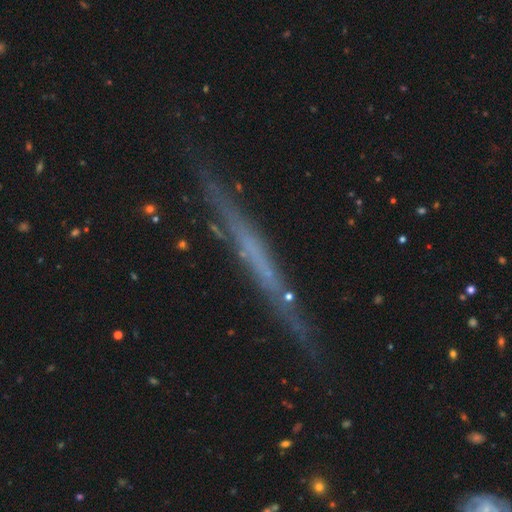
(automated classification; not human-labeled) Smooth or featured?
  - featured or disk: 64% *
  - smooth: 24%
  - star or artifact: 12%
Edge-on disk?
  - yes: 91% *
  - no: 9%
Edge-on bulge?
  - none: 84% *
  - rounded: 8%
  - boxy: 8%
Merging?
  - none: 79% *
  - minor disturbance: 15%
  - major disturbance: 4%
  - merger: 2%